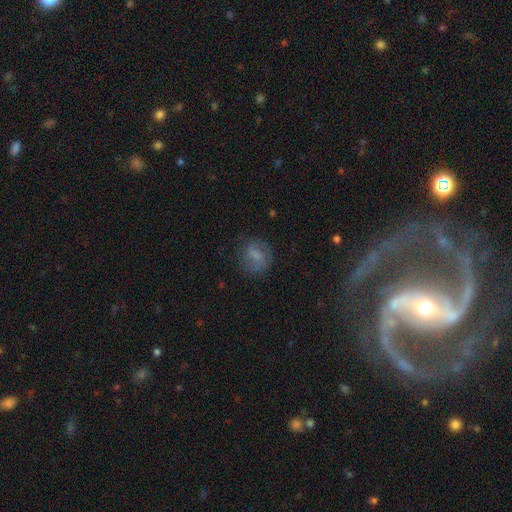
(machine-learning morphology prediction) smooth_or_featured: smooth (p=0.62) [alt: featured or disk p=0.27]
how_rounded: round (p=0.59) [alt: in between p=0.38]
merging: none (p=0.72) [alt: minor disturbance p=0.18]